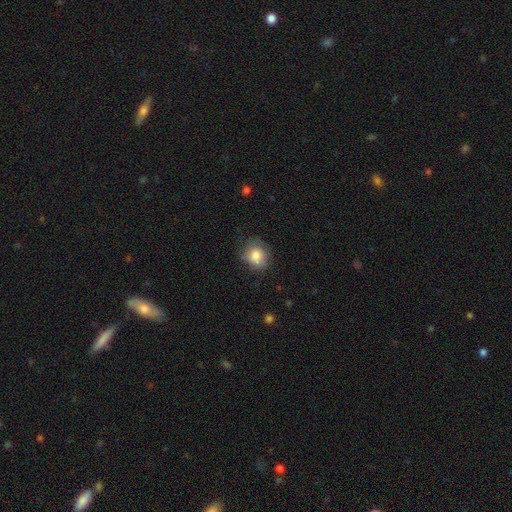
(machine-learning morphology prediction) This appears to be a smooth galaxy with no disk features (83%) that is round (75%). Merging: none (69%).